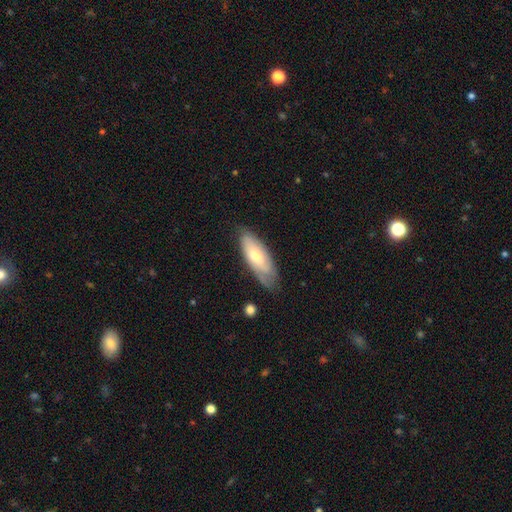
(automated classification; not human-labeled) smooth 50%, featured or disk 44%, star or artifact 6%. Down the decision tree: merging — none (69%).